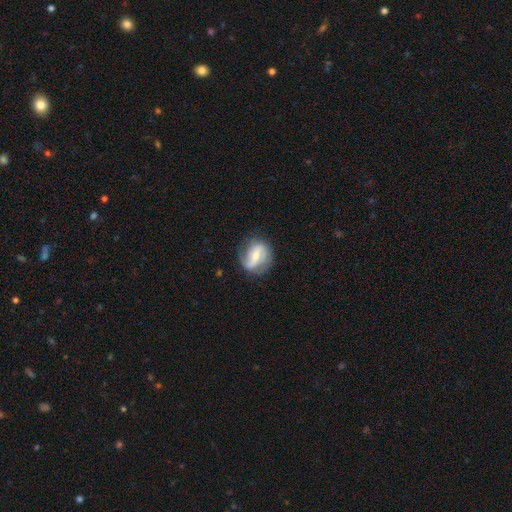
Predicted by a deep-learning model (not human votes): A featured or disk galaxy (72%) with a weak bar (44%), 2 (70%) loose (45%) spiral arms (89%) and a small central bulge (46%). Merging: none (68%).